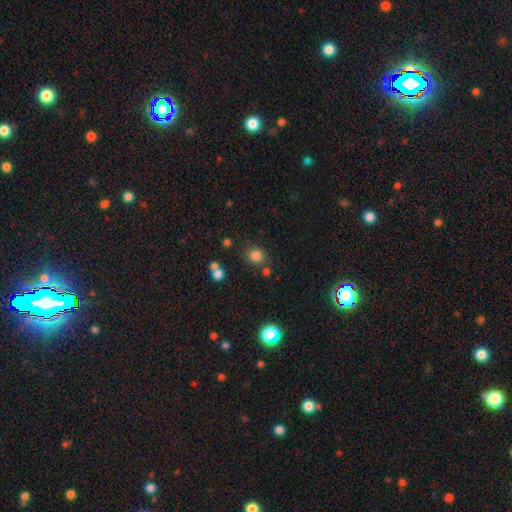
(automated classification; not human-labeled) Overall: smooth (80%). How rounded: round (85%). Merging: none (79%).